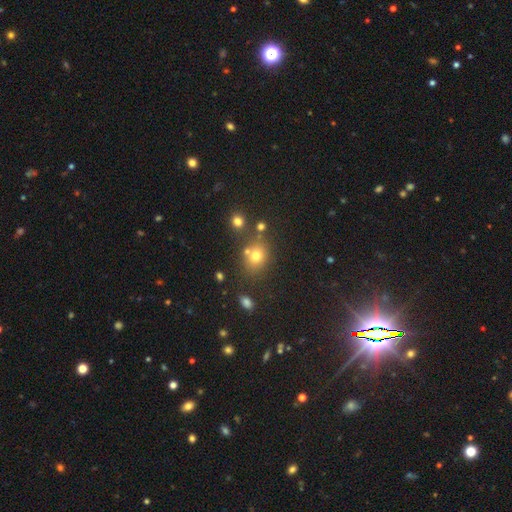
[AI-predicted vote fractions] Q: Smooth or featured?
A: smooth (72%); runner-up: star or artifact (17%)
Q: How rounded?
A: round (64%); runner-up: in between (35%)
Q: Merging?
A: none (66%); runner-up: merger (17%)